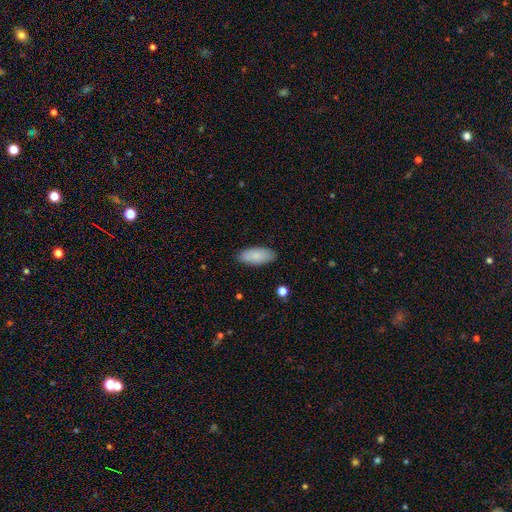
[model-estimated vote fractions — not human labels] Overall: smooth (86%). How rounded: in between (87%). Merging: none (87%).